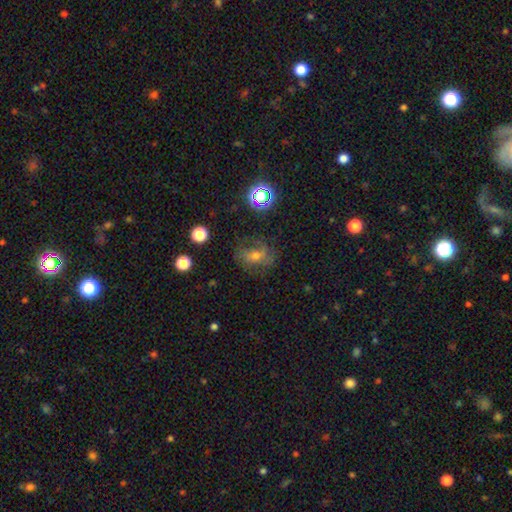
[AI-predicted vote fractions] Smooth or featured?
  - smooth: 41% *
  - featured or disk: 33%
  - star or artifact: 26%
Merging?
  - none: 62% *
  - minor disturbance: 21%
  - major disturbance: 14%
  - merger: 2%